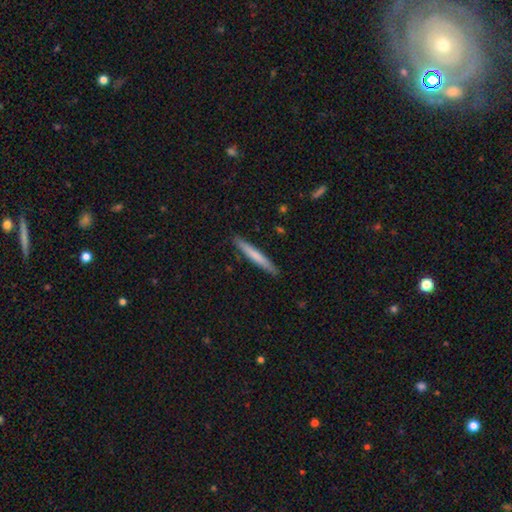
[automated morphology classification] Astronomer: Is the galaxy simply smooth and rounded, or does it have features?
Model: smooth — 69%.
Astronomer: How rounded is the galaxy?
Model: cigar-shaped — 96%.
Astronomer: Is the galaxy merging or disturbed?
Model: none — 89%.